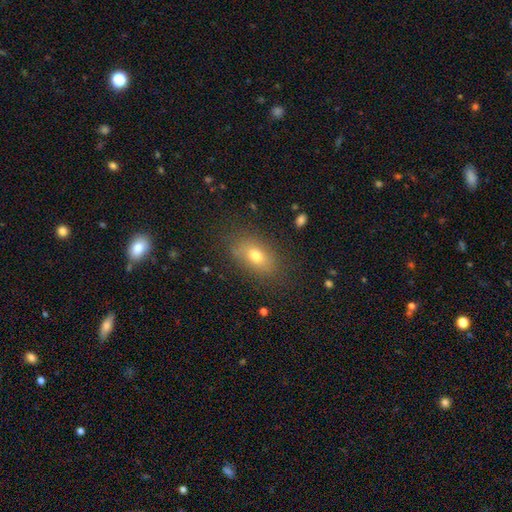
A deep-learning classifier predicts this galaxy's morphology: Smooth or featured? Predicted: smooth (p=0.73). How rounded? Predicted: in between (p=0.83). Merging? Predicted: none (p=0.79).